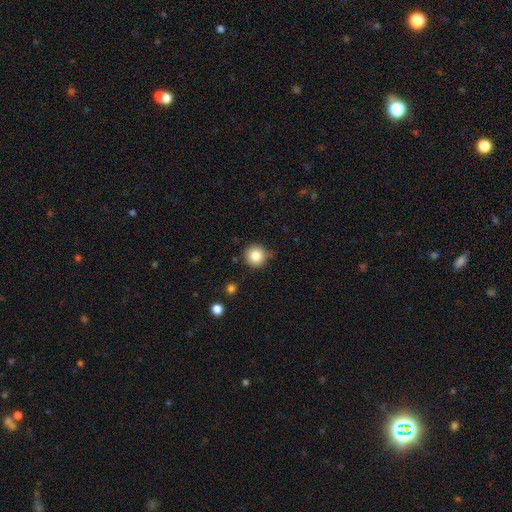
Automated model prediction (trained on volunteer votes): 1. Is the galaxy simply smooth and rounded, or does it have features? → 83% smooth, 10% star or artifact, 6% featured or disk.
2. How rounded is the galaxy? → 94% round, 5% in between, 1% cigar-shaped.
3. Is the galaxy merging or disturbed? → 82% none, 13% minor disturbance, 3% major disturbance, 3% merger.